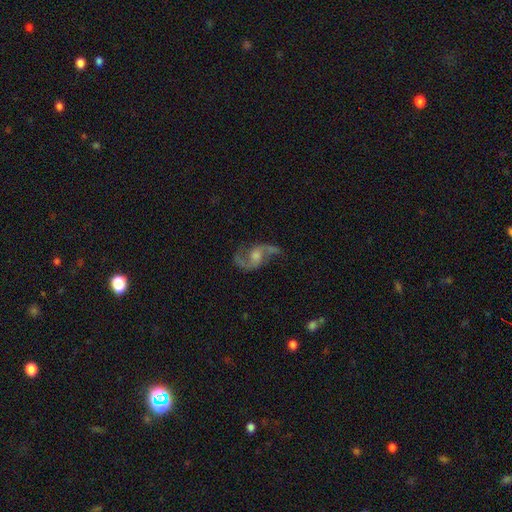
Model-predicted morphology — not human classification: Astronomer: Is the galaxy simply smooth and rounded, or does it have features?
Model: featured or disk — 86%.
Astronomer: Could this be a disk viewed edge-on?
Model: no — 97%.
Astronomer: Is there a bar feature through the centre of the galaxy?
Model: no — 50% (runner-up: weak, 41%).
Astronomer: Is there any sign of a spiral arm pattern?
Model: yes — 96%.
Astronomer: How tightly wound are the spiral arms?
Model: loose — 56% (runner-up: medium, 37%).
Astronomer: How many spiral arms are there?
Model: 2 — 92%.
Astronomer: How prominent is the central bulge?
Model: moderate — 49% (runner-up: small, 27%).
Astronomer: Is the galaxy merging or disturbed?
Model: none — 67%.